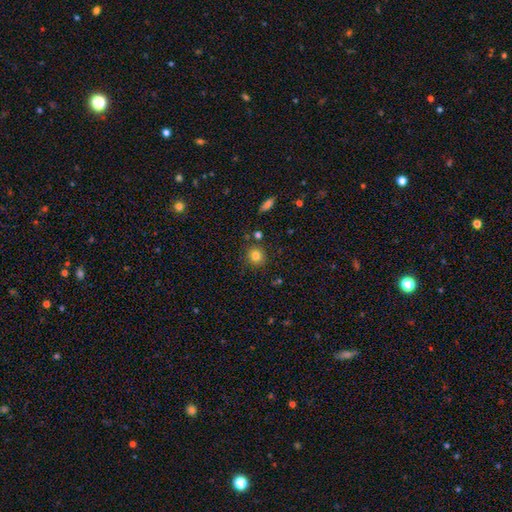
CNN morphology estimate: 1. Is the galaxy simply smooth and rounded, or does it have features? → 82% smooth, 11% star or artifact, 7% featured or disk.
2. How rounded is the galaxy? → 85% round, 14% in between, 1% cigar-shaped.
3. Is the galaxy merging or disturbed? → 82% none, 10% minor disturbance, 5% merger, 3% major disturbance.